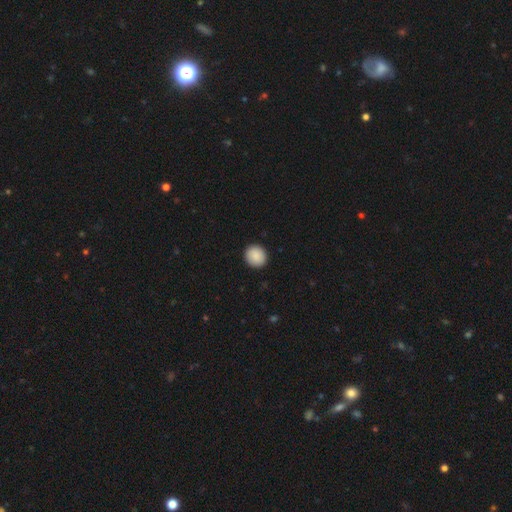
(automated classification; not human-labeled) A smooth galaxy with no disk features (90%) that is round (85%). Merging: none (92%).